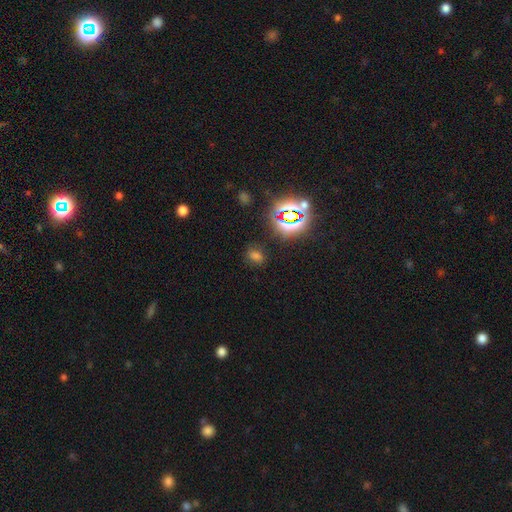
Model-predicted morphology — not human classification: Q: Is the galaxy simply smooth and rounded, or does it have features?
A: smooth — 55%.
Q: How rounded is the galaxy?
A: in between — 71%.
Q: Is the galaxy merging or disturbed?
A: none — 79%.